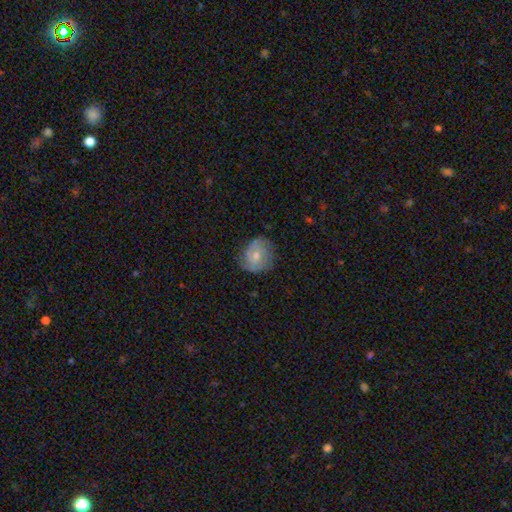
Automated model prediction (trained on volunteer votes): Smooth or featured?
  - featured or disk: 46% * (tied)
  - smooth: 46% * (tied)
  - star or artifact: 7%
Merging?
  - none: 67% *
  - minor disturbance: 25%
  - major disturbance: 7%
  - merger: 1%